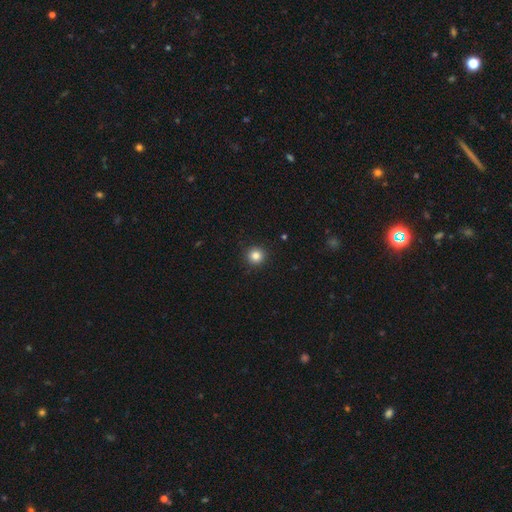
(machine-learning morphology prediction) The model was most divided on "smooth or featured": smooth: 84%, star or artifact: 11%, featured or disk: 5%. More confident: how rounded — round (95%); merging — none (92%).